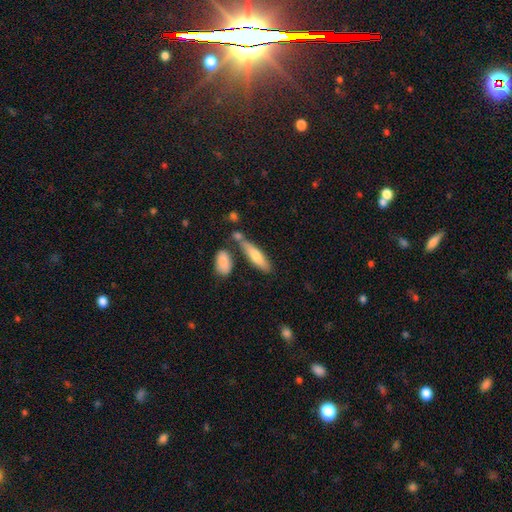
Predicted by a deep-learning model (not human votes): The model was most divided on "how rounded": cigar-shaped: 66%, in between: 32%, round: 2%. More confident: smooth or featured — smooth (69%); merging — none (65%).